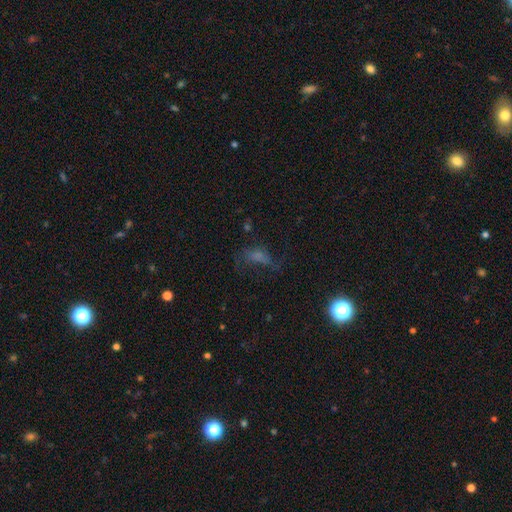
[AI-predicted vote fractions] A smooth galaxy with no disk features (42%).

Vote fractions:
- Smooth or featured? smooth: 42% / star or artifact: 33% / featured or disk: 25%
- Merging? none: 43% / major disturbance: 32% / minor disturbance: 21% / merger: 4%